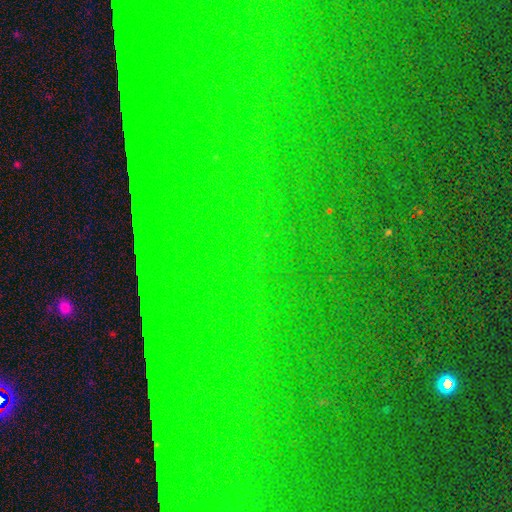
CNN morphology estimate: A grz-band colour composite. It shows a star or artifact, not a galaxy (85%).